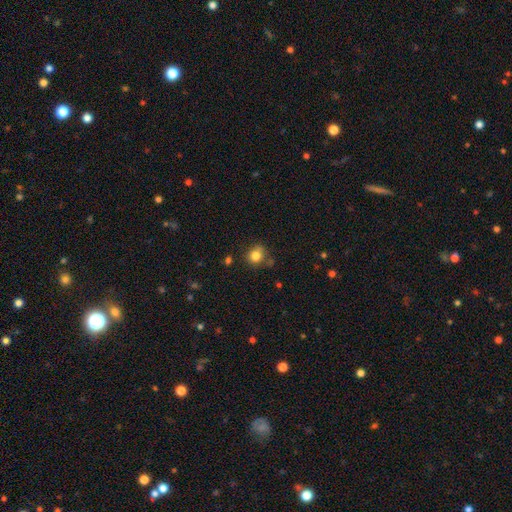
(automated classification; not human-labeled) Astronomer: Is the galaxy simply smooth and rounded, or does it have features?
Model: smooth — 82%.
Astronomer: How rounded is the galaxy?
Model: round — 79%.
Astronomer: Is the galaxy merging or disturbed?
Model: none — 70%.